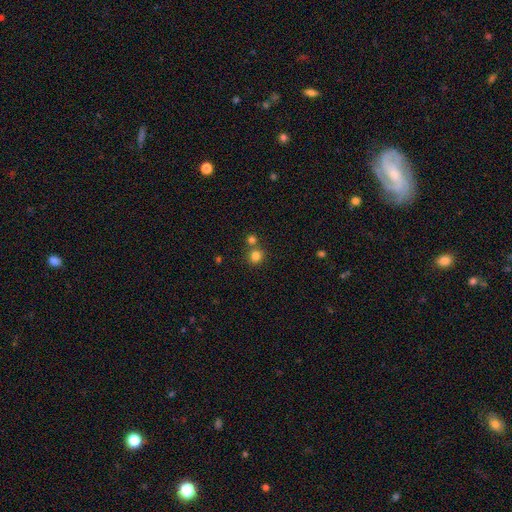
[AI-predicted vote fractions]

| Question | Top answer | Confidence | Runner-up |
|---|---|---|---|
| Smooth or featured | smooth | 81% | star or artifact (14%) |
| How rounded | round | 91% | in between (8%) |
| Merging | none | 68% | merger (23%) |